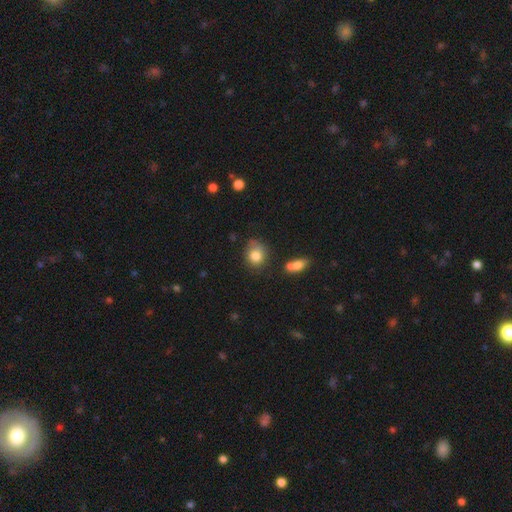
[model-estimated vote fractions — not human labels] Overall: smooth (81%). How rounded: round (72%). Merging: none (59%; minor disturbance 24%).